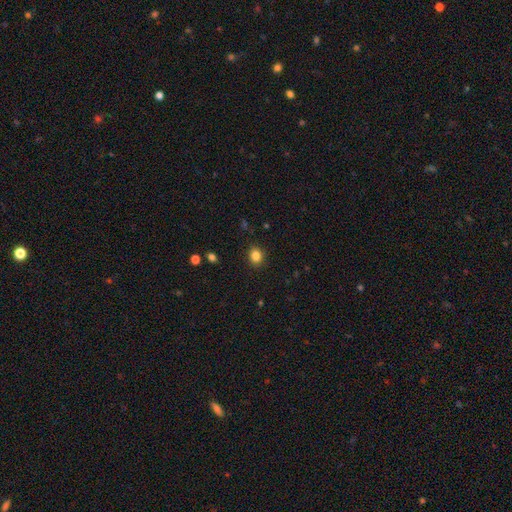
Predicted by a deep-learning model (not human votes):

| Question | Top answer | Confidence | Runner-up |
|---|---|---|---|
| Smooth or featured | smooth | 84% | star or artifact (12%) |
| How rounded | round | 64% | in between (35%) |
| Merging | none | 89% | minor disturbance (8%) |